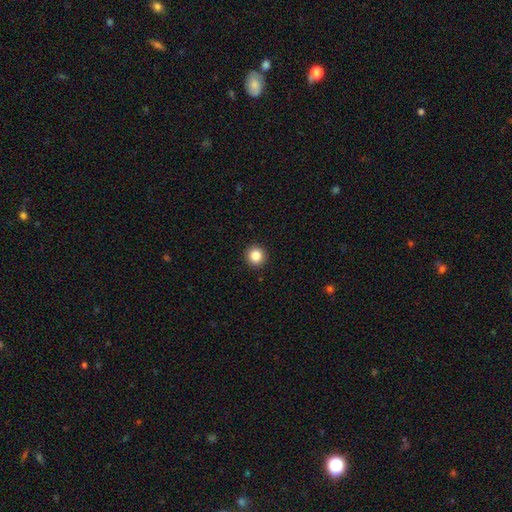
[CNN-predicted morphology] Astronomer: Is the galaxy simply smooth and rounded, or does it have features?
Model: smooth — 85%.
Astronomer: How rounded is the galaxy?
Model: round — 95%.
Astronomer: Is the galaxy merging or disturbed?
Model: none — 93%.